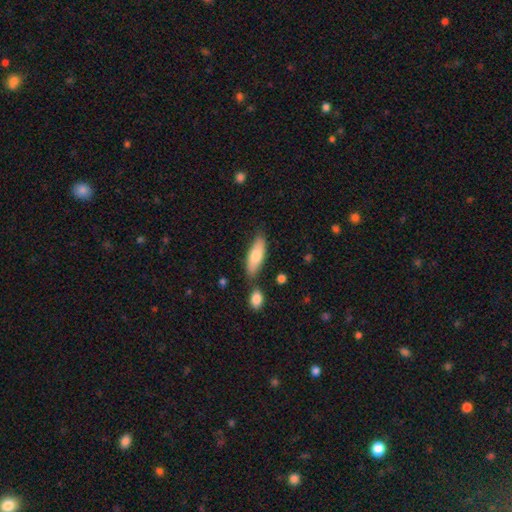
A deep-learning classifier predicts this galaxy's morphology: Smooth or featured?
  - smooth: 74% *
  - featured or disk: 20%
  - star or artifact: 6%
How rounded?
  - in between: 64% *
  - cigar-shaped: 34%
  - round: 2%
Merging?
  - none: 73% *
  - minor disturbance: 16%
  - merger: 9%
  - major disturbance: 3%